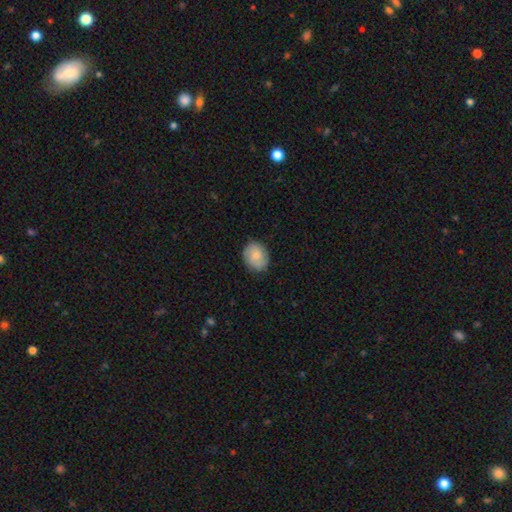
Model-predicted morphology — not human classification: This appears to be a smooth galaxy with no disk features (75%) that is round (51%). Merging: none (84%).